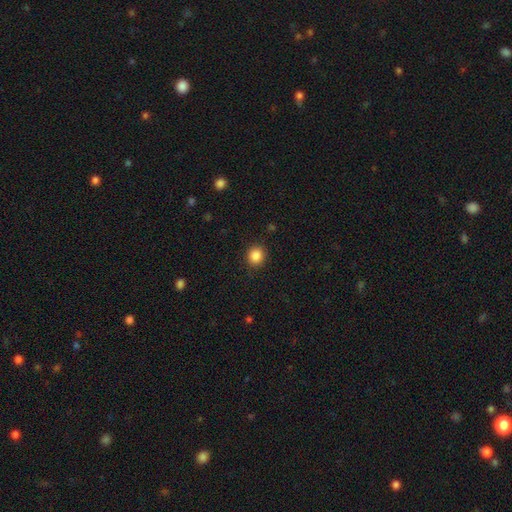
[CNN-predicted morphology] A smooth galaxy with no disk features (86%) that is round (86%). Merging: none (90%).